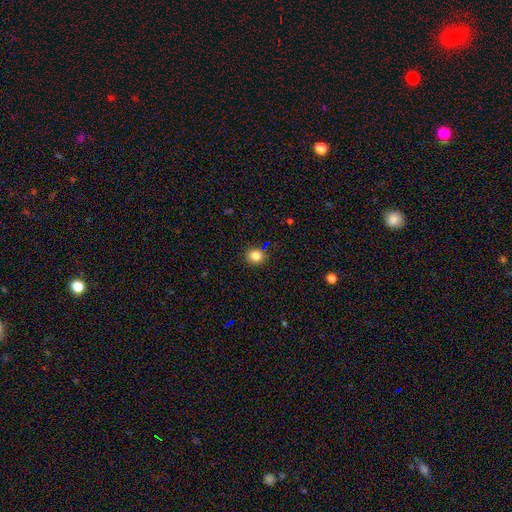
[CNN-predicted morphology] Smooth or featured?
  - smooth: 83% *
  - star or artifact: 12%
  - featured or disk: 5%
How rounded?
  - round: 84% *
  - in between: 15%
  - cigar-shaped: 1%
Merging?
  - none: 89% *
  - minor disturbance: 7%
  - major disturbance: 2%
  - merger: 2%